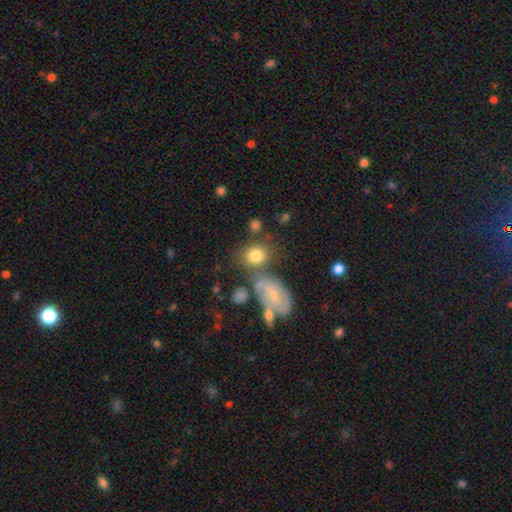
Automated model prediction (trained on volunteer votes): This appears to be a smooth galaxy with no disk features (75%) that is round (54%). Merging: none (54%).